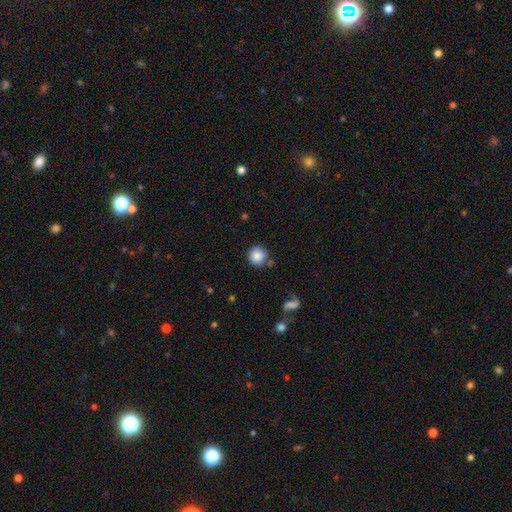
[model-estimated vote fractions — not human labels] smooth_or_featured: smooth (p=0.85) [alt: star or artifact p=0.09]
how_rounded: round (p=0.92) [alt: in between p=0.07]
merging: none (p=0.78) [alt: minor disturbance p=0.12]